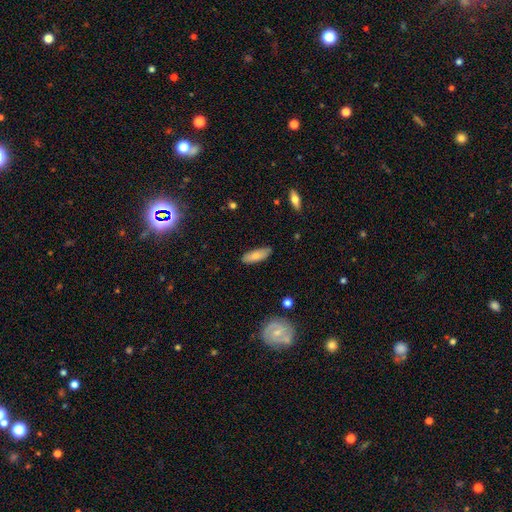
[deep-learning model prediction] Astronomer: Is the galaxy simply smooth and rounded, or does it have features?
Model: smooth — 76%.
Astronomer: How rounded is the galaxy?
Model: in between — 66%.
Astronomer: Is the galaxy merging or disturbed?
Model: none — 82%.